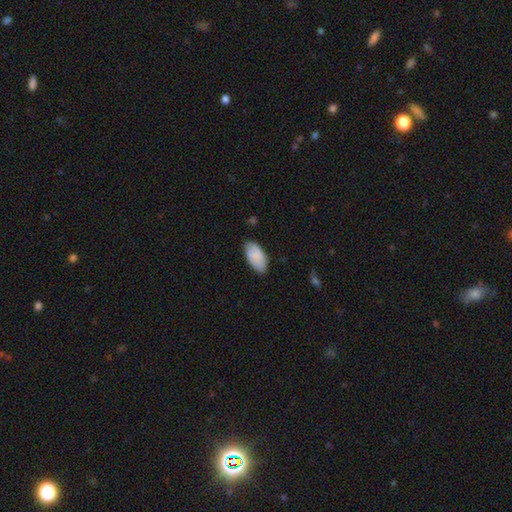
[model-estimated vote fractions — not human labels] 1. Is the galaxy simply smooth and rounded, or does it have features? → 83% smooth, 11% featured or disk, 6% star or artifact.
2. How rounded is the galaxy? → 95% in between, 3% cigar-shaped, 2% round.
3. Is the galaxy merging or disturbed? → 74% none, 21% minor disturbance, 4% major disturbance, 1% merger.